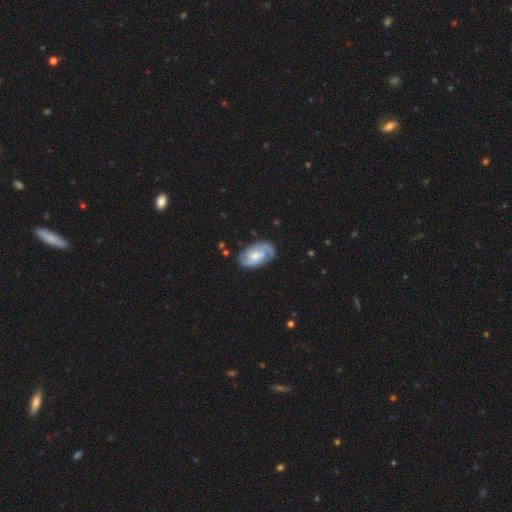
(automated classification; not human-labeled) This appears to be a featured or disk galaxy (81%) with no bar (55%), 2 (76%) tight (49%) spiral arms (95%) and a moderate central bulge (47%). Merging: none (77%).